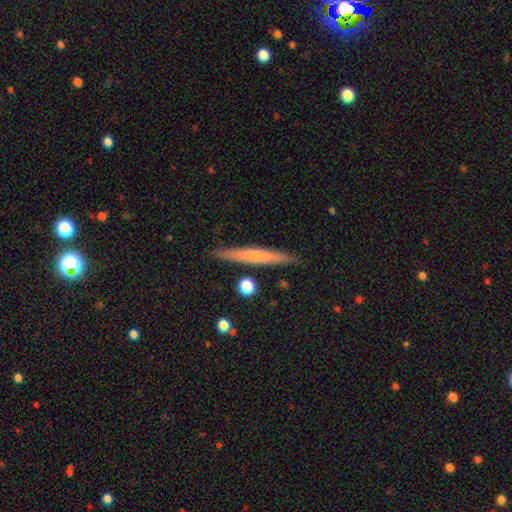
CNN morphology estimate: type=smooth (55%); roundness=cigar-shaped (95%); merging=none (88%).